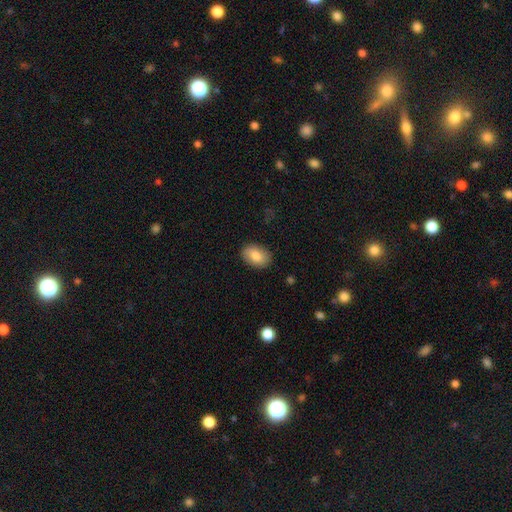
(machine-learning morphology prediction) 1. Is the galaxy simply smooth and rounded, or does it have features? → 82% smooth, 10% featured or disk, 7% star or artifact.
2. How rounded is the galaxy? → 82% in between, 17% round, 1% cigar-shaped.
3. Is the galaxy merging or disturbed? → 87% none, 10% minor disturbance, 2% major disturbance, 1% merger.